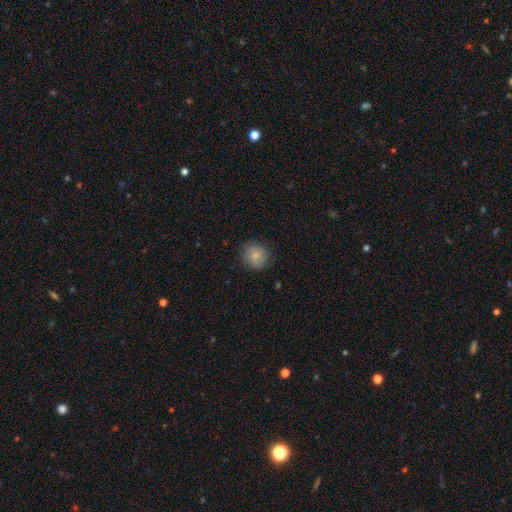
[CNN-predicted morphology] This appears to be a smooth galaxy with no disk features (81%) that is round (87%). Merging: none (84%).